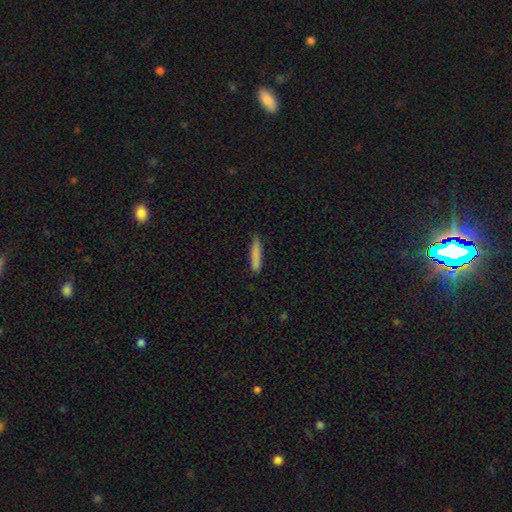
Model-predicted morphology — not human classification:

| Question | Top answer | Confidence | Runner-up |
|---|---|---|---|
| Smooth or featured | smooth | 83% | featured or disk (10%) |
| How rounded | cigar-shaped | 91% | in between (8%) |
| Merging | none | 85% | minor disturbance (12%) |